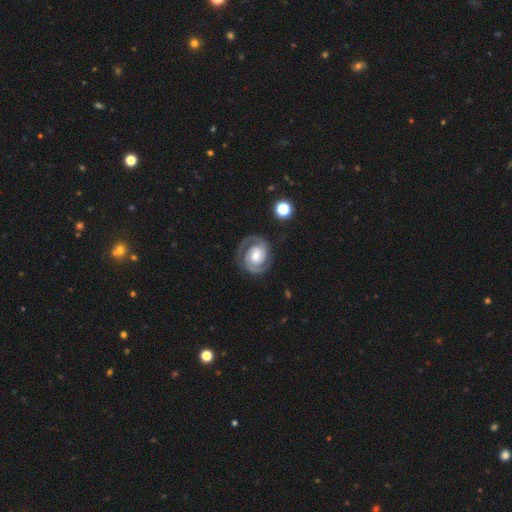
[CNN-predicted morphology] This is clearly a featured or disk galaxy (90%). It is clearly not viewed edge-on (98%). Bar: possibly no (52%). Spiral arm pattern: clearly yes (98%). Spiral arm count: clearly 2 (90%). Spiral winding: likely tight (64%). Central bulge: possibly moderate (58%). Merging: clearly none (82%).